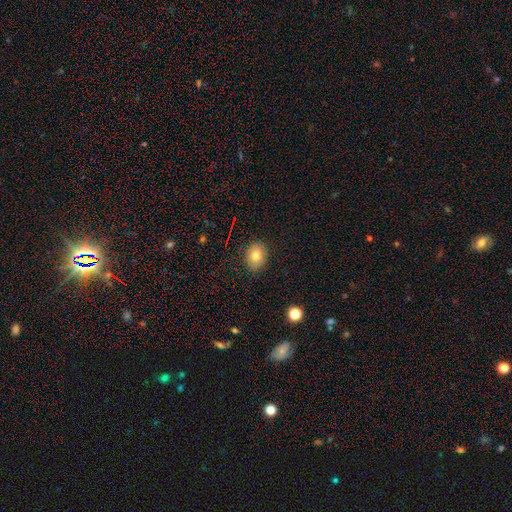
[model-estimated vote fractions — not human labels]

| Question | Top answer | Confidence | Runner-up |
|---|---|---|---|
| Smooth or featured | smooth | 78% | featured or disk (11%) |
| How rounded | in between | 62% | round (37%) |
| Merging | none | 88% | minor disturbance (9%) |